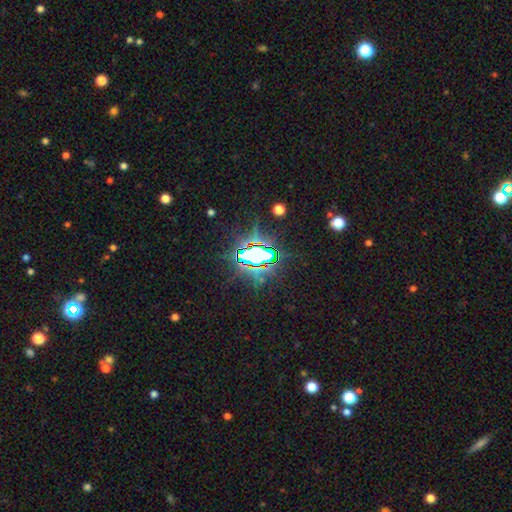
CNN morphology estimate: Overall: star or artifact (74%).